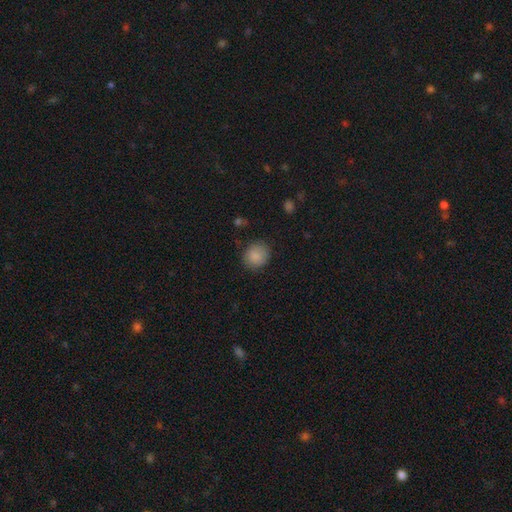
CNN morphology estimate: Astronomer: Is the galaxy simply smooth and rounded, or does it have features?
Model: smooth — 87%.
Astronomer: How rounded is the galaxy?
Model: round — 80%.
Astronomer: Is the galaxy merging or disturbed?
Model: none — 83%.